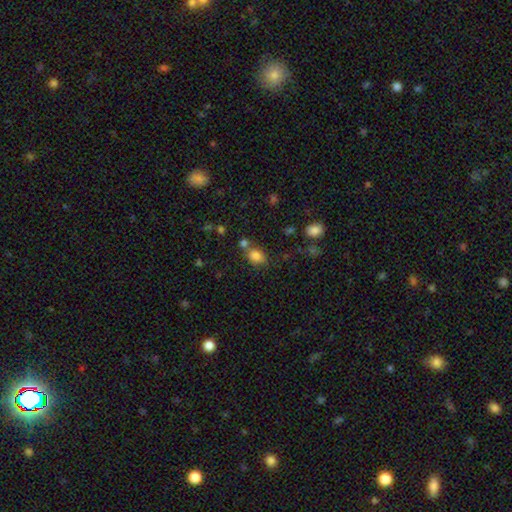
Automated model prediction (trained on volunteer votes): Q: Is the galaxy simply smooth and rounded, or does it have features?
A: smooth — 83%.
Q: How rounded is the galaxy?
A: in between — 68%.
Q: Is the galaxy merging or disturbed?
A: none — 61%.